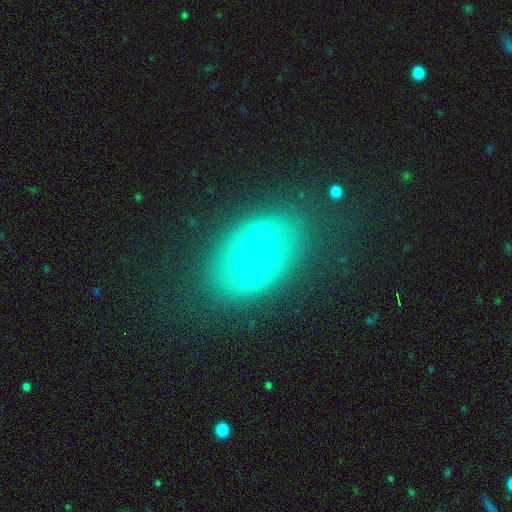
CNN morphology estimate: Smooth or featured? Predicted: smooth (p=0.48). Merging? Predicted: none (p=0.81).